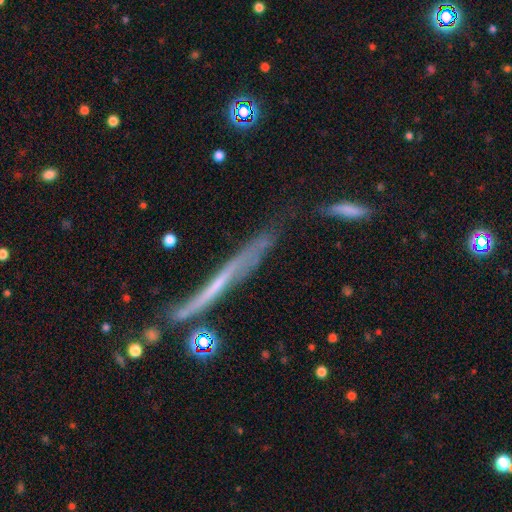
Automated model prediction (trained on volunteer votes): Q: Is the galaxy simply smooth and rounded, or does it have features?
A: featured or disk — 58%.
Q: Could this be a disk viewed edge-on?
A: yes — 87%.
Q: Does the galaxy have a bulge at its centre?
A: none — 86%.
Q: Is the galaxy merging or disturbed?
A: none — 54%.